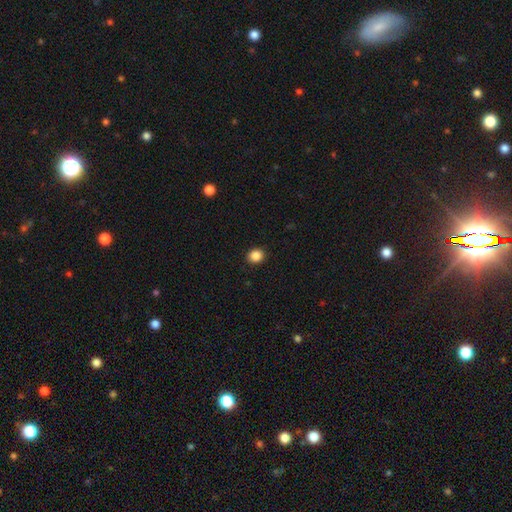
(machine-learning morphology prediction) This is clearly a smooth galaxy (87%). How rounded: likely round (78%). Merging: clearly none (91%).